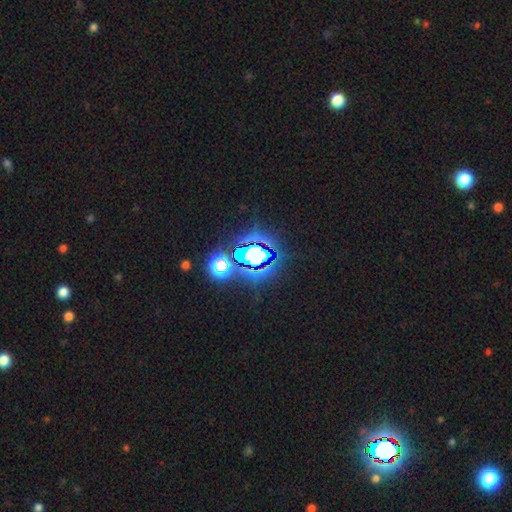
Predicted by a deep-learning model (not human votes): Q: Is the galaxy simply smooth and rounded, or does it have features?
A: star or artifact — 73%.